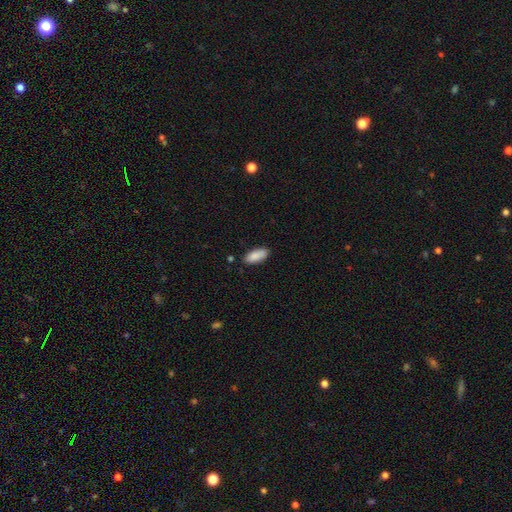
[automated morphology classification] Smooth or featured?
  - smooth: 89% *
  - star or artifact: 6%
  - featured or disk: 5%
How rounded?
  - in between: 83% *
  - cigar-shaped: 15%
  - round: 2%
Merging?
  - none: 85% *
  - minor disturbance: 11%
  - major disturbance: 2%
  - merger: 2%